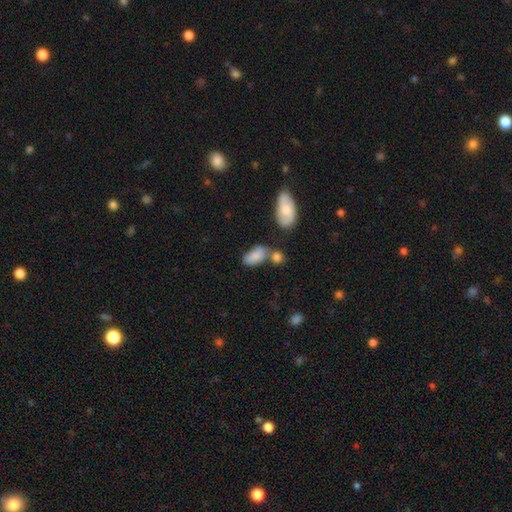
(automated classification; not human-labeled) smooth_or_featured: smooth (p=0.81) [alt: featured or disk p=0.12]
how_rounded: in between (p=0.93) [alt: round p=0.04]
merging: none (p=0.48) [alt: merger p=0.25]